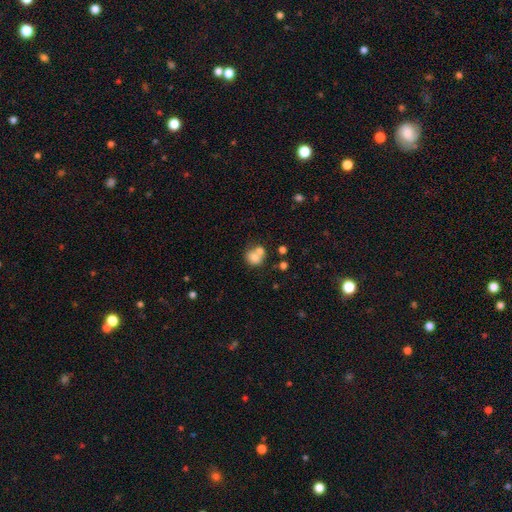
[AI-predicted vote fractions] A smooth galaxy with no disk features (72%) that is round (75%). Merging: merger (49%).